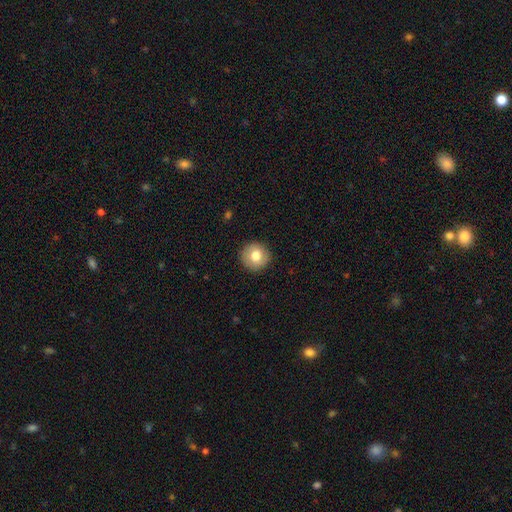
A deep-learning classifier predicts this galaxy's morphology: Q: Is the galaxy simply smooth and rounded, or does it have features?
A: smooth — 77%.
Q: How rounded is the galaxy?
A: round — 94%.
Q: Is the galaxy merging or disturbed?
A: none — 90%.